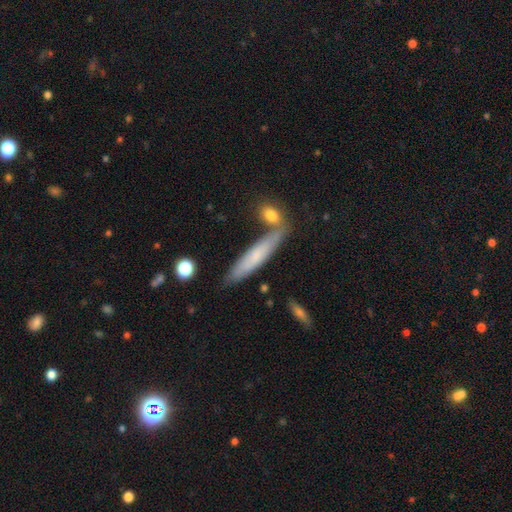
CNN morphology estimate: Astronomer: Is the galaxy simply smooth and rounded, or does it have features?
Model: smooth — 63%.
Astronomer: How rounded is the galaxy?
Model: cigar-shaped — 84%.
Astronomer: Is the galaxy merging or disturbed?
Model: none — 68%.